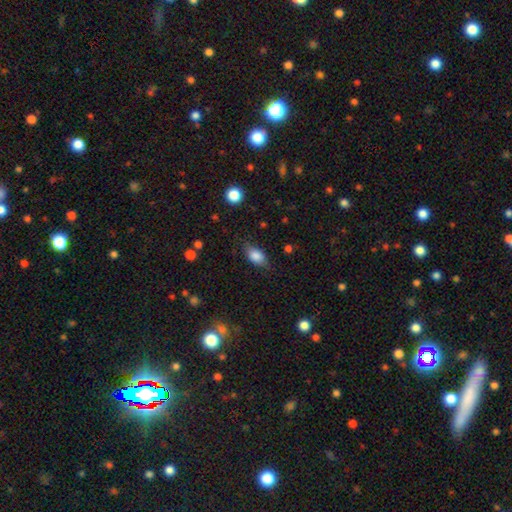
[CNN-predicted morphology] This is clearly a smooth galaxy (82%). How rounded: clearly in between (86%). Merging: likely none (74%).